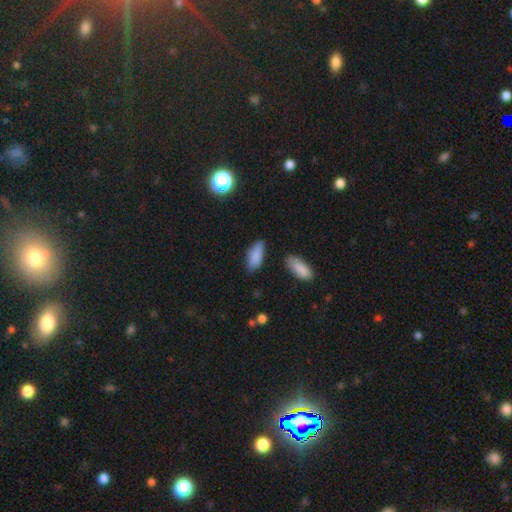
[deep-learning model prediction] Overall: smooth (85%). How rounded: in between (81%). Merging: none (75%).